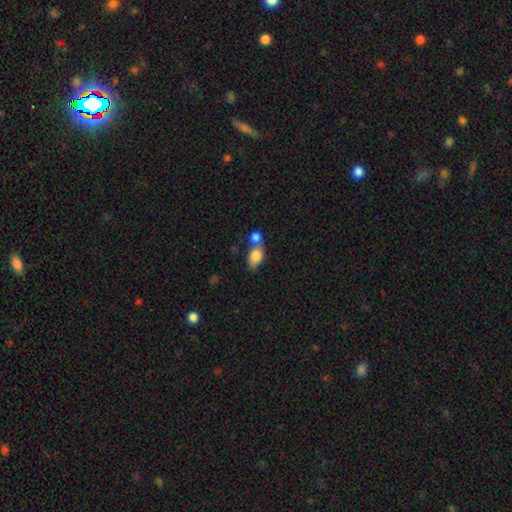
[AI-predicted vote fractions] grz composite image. It shows a smooth galaxy with no disk features (82%) that is in between round and cigar-shaped (76%). Merging: merger (51%).